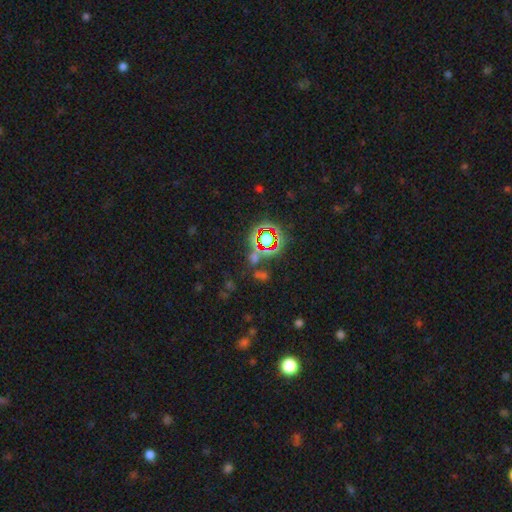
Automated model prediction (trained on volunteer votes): A star or artifact, not a galaxy (70%).

Vote fractions:
- Smooth or featured? star or artifact: 70% / smooth: 20% / featured or disk: 10%